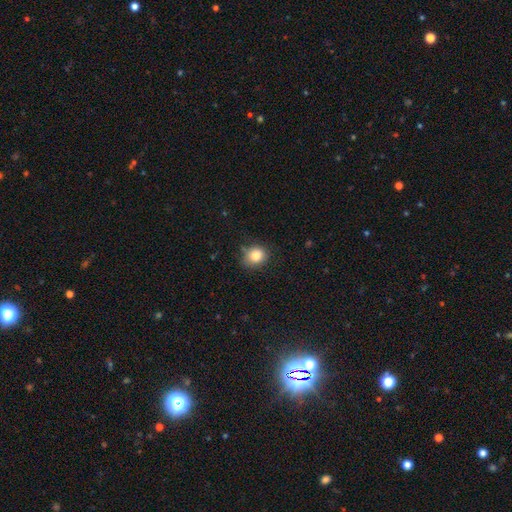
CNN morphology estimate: smooth_or_featured: smooth (p=0.81) [alt: star or artifact p=0.11]
how_rounded: round (p=0.74) [alt: in between p=0.25]
merging: none (p=0.77) [alt: minor disturbance p=0.17]